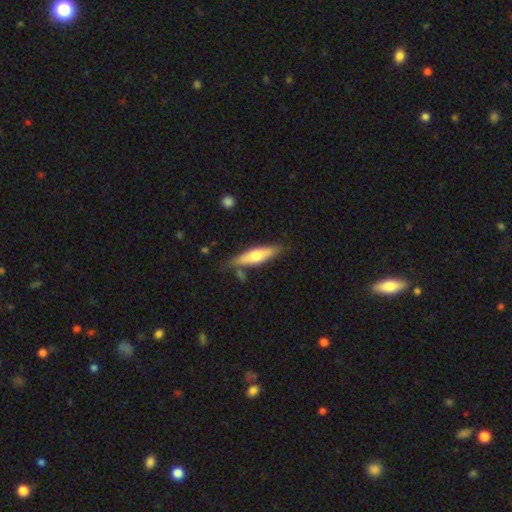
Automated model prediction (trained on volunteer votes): This appears to be a smooth galaxy with no disk features (55%) that is cigar-shaped (72%). Merging: none (73%).